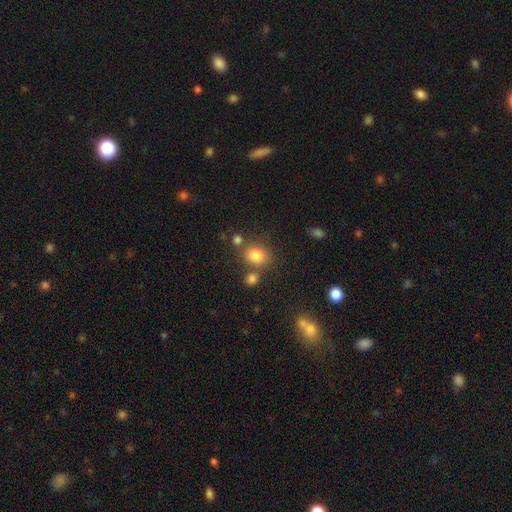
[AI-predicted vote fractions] smooth_or_featured: smooth (p=0.80) [alt: star or artifact p=0.12]
how_rounded: round (p=0.54) [alt: in between p=0.45]
merging: none (p=0.67) [alt: merger p=0.16]